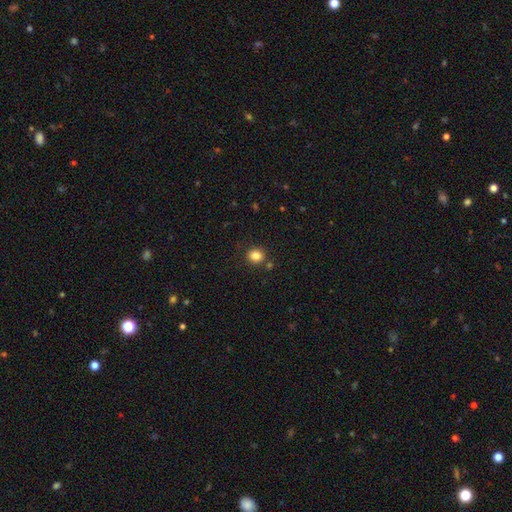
Smooth or featured? smooth (88%)
How rounded? round (91%)
Merging? none (81%)